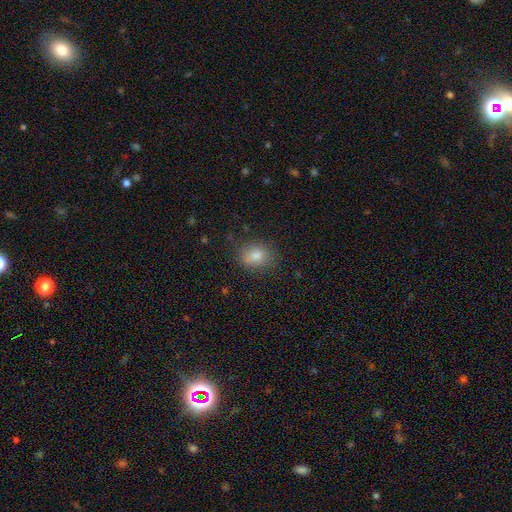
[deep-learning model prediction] Smooth or featured: smooth — 80% (star or artifact — 11%)
How rounded: in between — 62% (round — 36%)
Merging: none — 79% (minor disturbance — 16%)